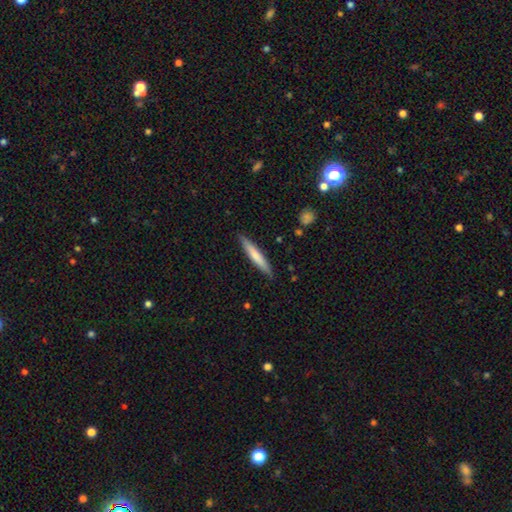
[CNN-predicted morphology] The model was most divided on "smooth or featured": smooth: 68%, featured or disk: 27%, star or artifact: 5%. More confident: how rounded — cigar-shaped (93%); merging — none (88%).